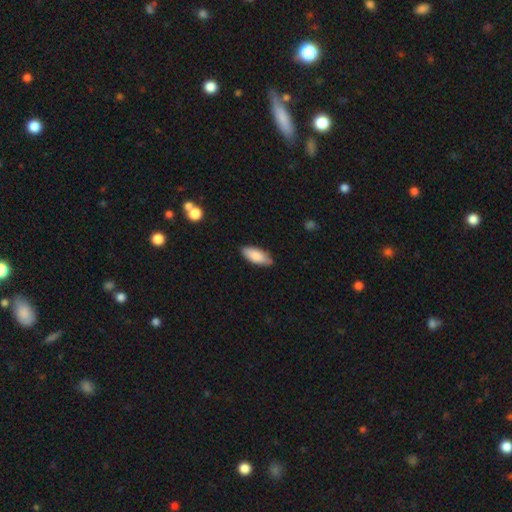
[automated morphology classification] This appears to be a smooth galaxy with no disk features (86%) that is in between round and cigar-shaped (84%). Merging: none (81%).